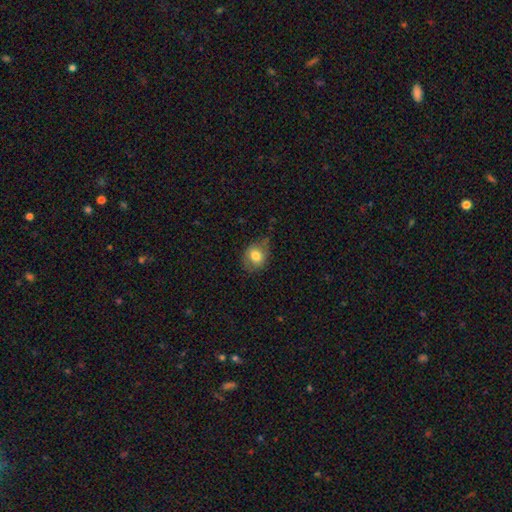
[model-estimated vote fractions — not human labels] smooth_or_featured: smooth (p=0.75) [alt: featured or disk p=0.17]
how_rounded: round (p=0.54) [alt: in between p=0.45]
merging: none (p=0.60) [alt: minor disturbance p=0.29]